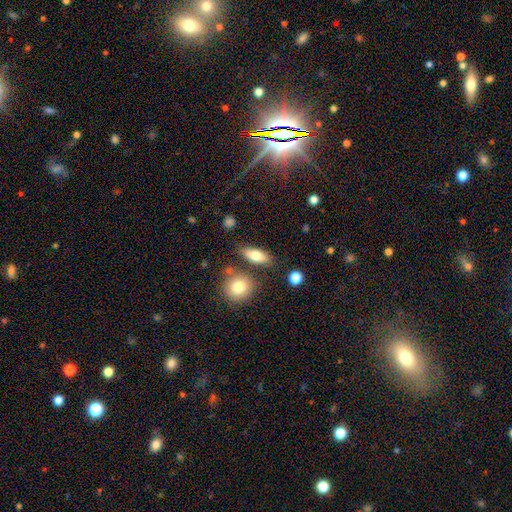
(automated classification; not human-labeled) Smooth or featured: smooth — 77% (featured or disk — 15%)
How rounded: in between — 70% (cigar-shaped — 24%)
Merging: none — 77% (minor disturbance — 12%)